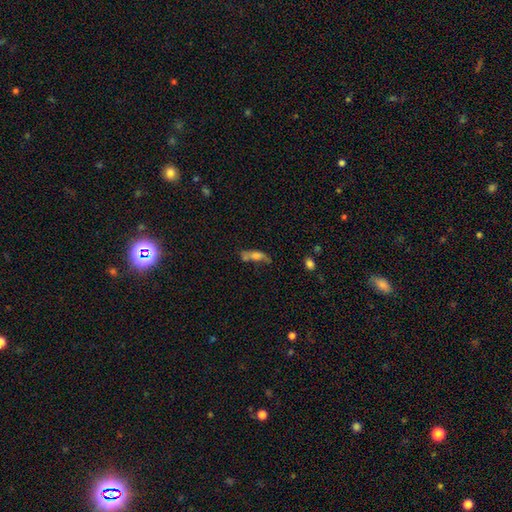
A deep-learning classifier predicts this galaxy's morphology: Overall: smooth (51%; featured or disk 34%). How rounded: in between (51%; cigar-shaped 43%). Merging: none (40%; merger 23%).